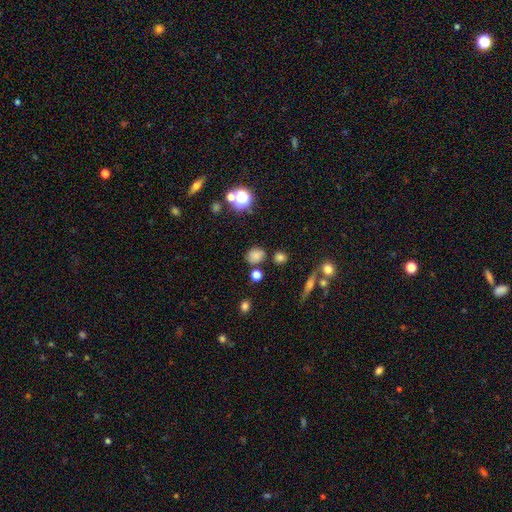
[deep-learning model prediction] smooth_or_featured: smooth (p=0.75) [alt: star or artifact p=0.17]
how_rounded: round (p=0.68) [alt: in between p=0.31]
merging: none (p=0.77) [alt: minor disturbance p=0.12]